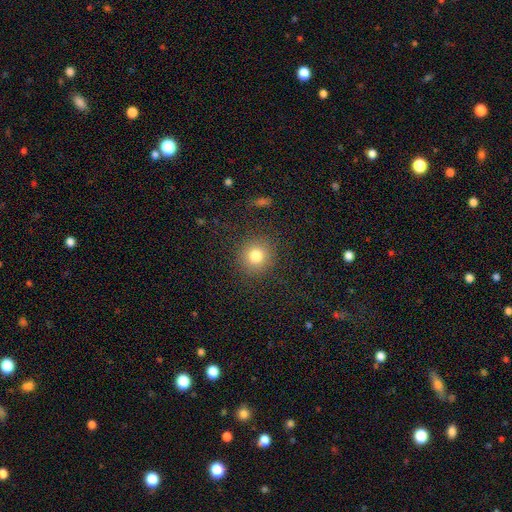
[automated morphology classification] A smooth galaxy with no disk features (79%) that is round (92%).

Vote fractions:
- Smooth or featured? smooth: 79% / star or artifact: 12% / featured or disk: 8%
- How rounded? round: 92% / in between: 7% / cigar-shaped: 1%
- Merging? none: 88% / minor disturbance: 7% / major disturbance: 4% / merger: 1%